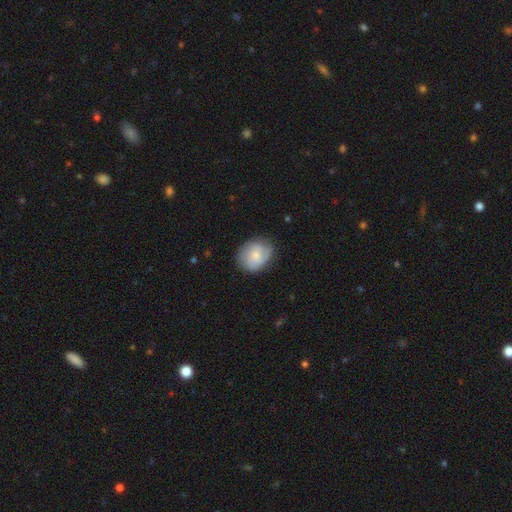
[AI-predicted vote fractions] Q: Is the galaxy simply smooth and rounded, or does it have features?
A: smooth — 53%.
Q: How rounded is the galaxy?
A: round — 60%.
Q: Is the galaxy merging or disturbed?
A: none — 72%.